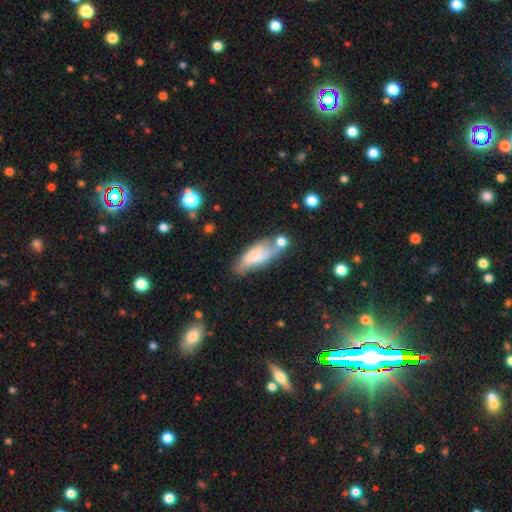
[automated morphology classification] Smooth or featured?
  - smooth: 57% *
  - featured or disk: 35%
  - star or artifact: 8%
How rounded?
  - in between: 67% *
  - cigar-shaped: 29%
  - round: 3%
Merging?
  - none: 34% *
  - merger: 26%
  - minor disturbance: 25%
  - major disturbance: 16%